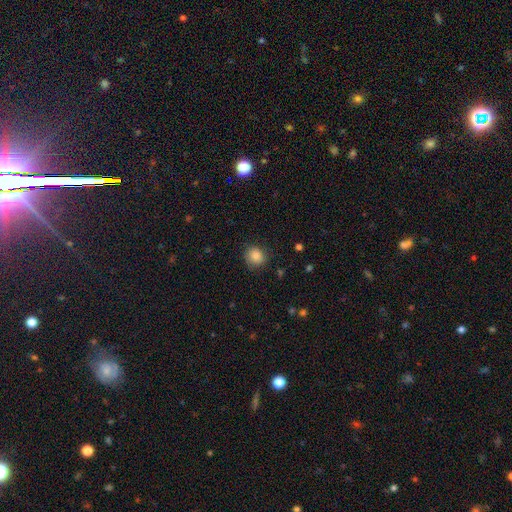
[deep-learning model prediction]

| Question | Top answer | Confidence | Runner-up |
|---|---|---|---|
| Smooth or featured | smooth | 83% | star or artifact (10%) |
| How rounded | round | 83% | in between (16%) |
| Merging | none | 81% | minor disturbance (14%) |